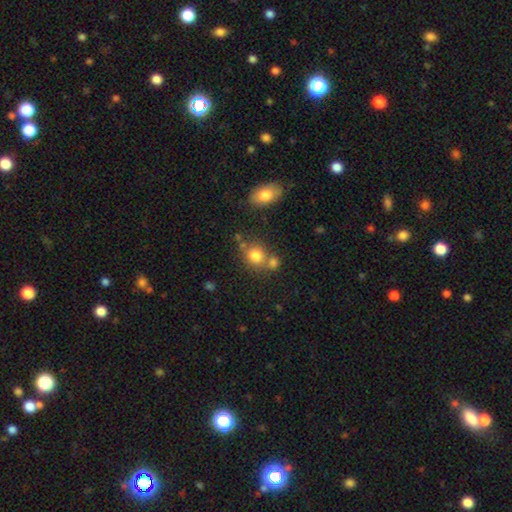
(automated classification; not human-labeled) smooth 79%, star or artifact 12%, featured or disk 9%. Down the decision tree: how rounded — round (75%); merging — none (57%).